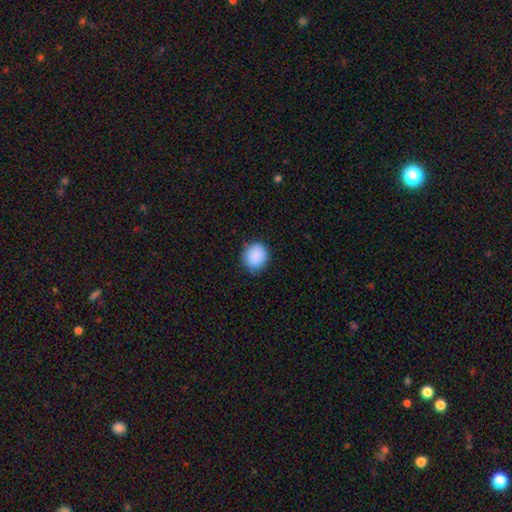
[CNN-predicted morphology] Smooth or featured? Predicted: smooth (p=0.90). How rounded? Predicted: round (p=0.84). Merging? Predicted: none (p=0.86).